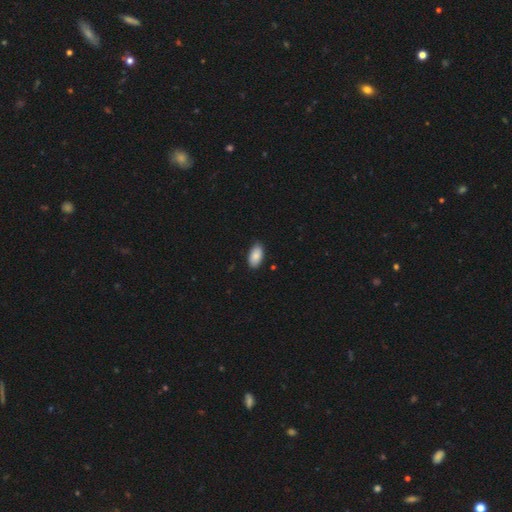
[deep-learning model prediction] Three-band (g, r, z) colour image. It shows a smooth galaxy with no disk features (88%) that is in between round and cigar-shaped (95%). Merging: none (85%).